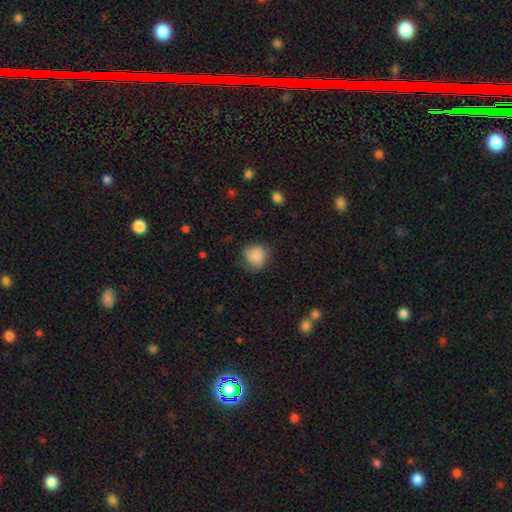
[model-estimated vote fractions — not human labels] Q: Smooth or featured?
A: smooth (84%); runner-up: star or artifact (9%)
Q: How rounded?
A: round (83%); runner-up: in between (16%)
Q: Merging?
A: none (68%); runner-up: minor disturbance (24%)